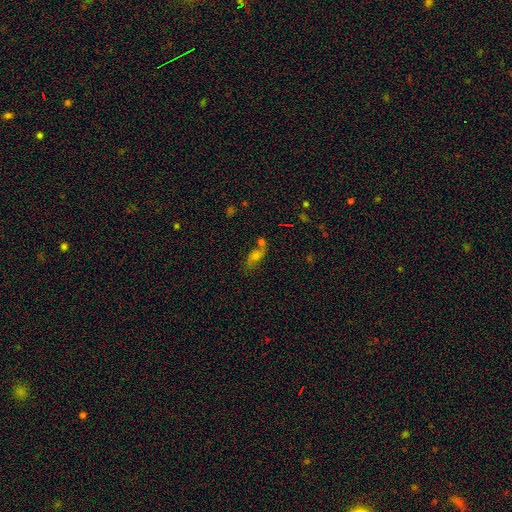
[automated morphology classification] smooth_or_featured: smooth (p=0.48) [alt: featured or disk p=0.33]
merging: none (p=0.46) [alt: merger p=0.28]